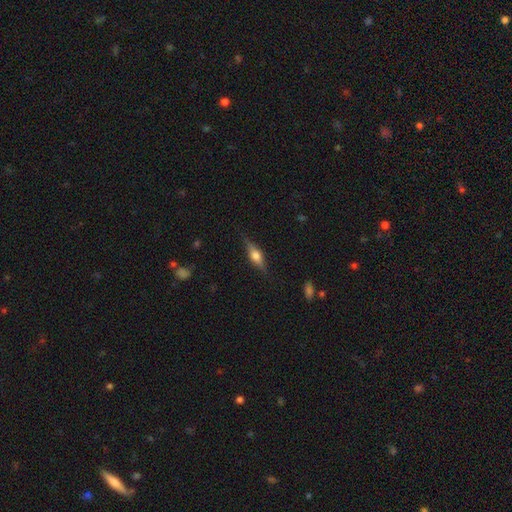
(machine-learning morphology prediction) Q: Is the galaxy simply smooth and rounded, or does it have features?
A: featured or disk — 58%.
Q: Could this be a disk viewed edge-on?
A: yes — 95%.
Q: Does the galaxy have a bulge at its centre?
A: rounded — 91%.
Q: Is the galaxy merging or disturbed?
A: none — 84%.